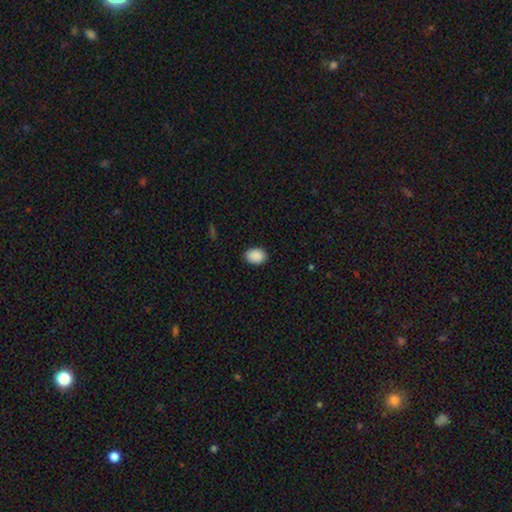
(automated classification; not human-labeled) This is clearly a smooth galaxy (90%). How rounded: likely in between (71%). Merging: clearly none (88%).